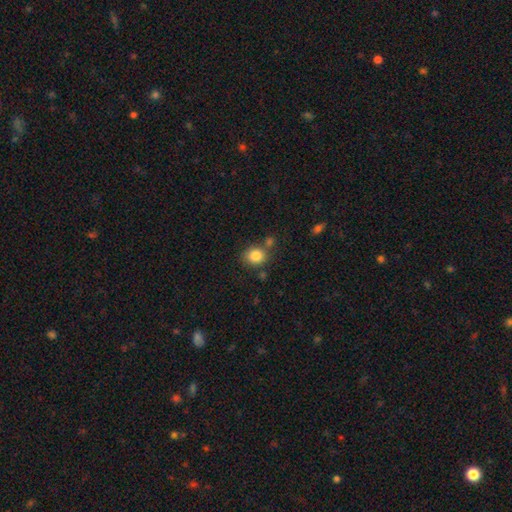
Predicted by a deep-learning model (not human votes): A smooth galaxy with no disk features (85%) that is round (74%). Merging: none (71%).